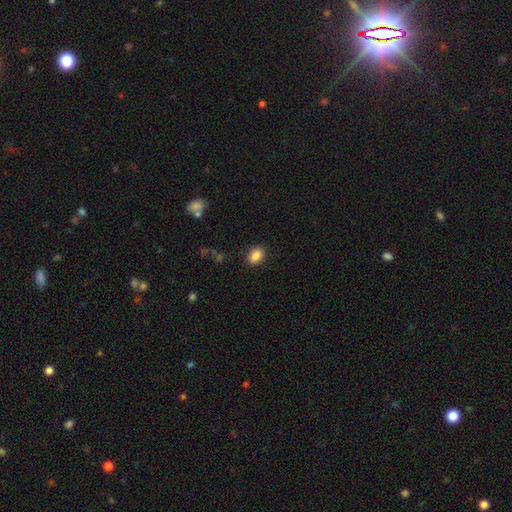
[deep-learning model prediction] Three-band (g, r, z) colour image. It shows a smooth galaxy with no disk features (87%) that is in between round and cigar-shaped (71%). Merging: none (88%).